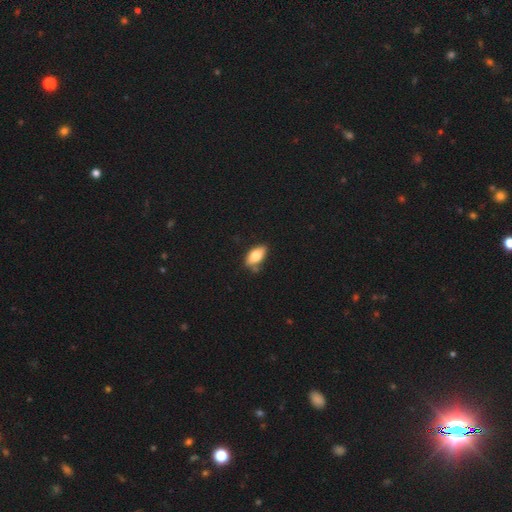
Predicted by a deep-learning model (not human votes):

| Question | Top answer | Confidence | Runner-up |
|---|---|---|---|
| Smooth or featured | smooth | 78% | featured or disk (15%) |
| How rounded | in between | 90% | cigar-shaped (6%) |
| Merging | none | 64% | minor disturbance (25%) |